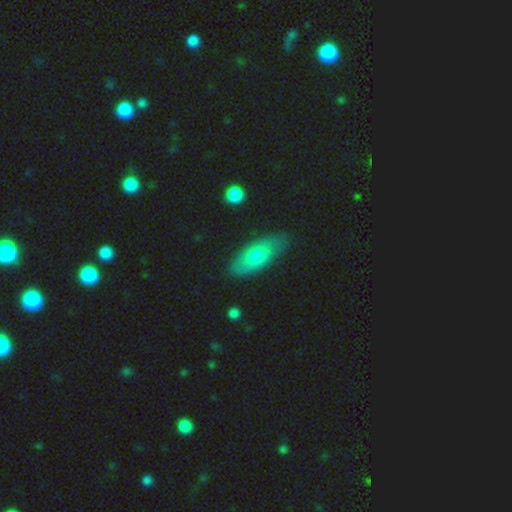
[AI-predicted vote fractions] smooth_or_featured: smooth (p=0.68) [alt: featured or disk p=0.26]
how_rounded: in between (p=0.75) [alt: cigar-shaped p=0.22]
merging: none (p=0.78) [alt: minor disturbance p=0.17]